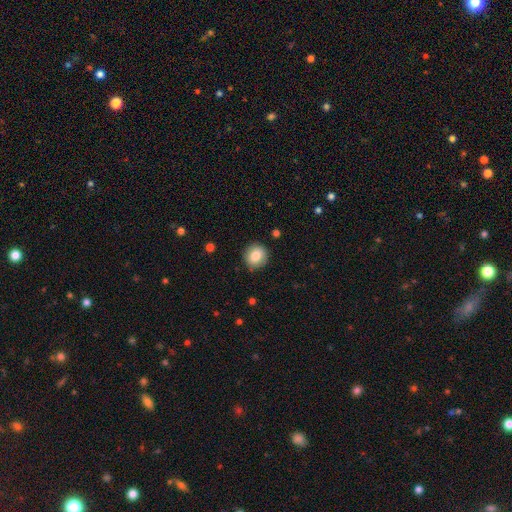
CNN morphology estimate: This is clearly a smooth galaxy (84%). How rounded: clearly round (87%). Merging: clearly none (88%).